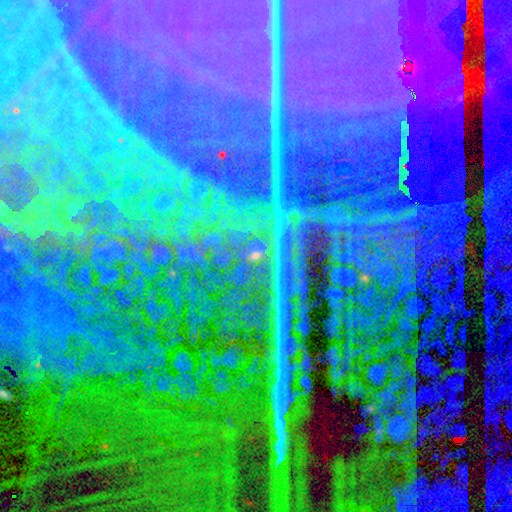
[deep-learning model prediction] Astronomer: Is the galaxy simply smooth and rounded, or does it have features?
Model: star or artifact — 87%.